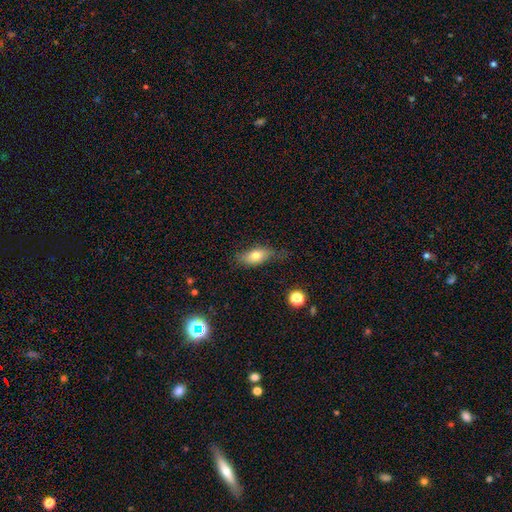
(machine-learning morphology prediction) smooth_or_featured: smooth (p=0.70) [alt: featured or disk p=0.22]
how_rounded: in between (p=0.82) [alt: cigar-shaped p=0.13]
merging: none (p=0.59) [alt: minor disturbance p=0.29]